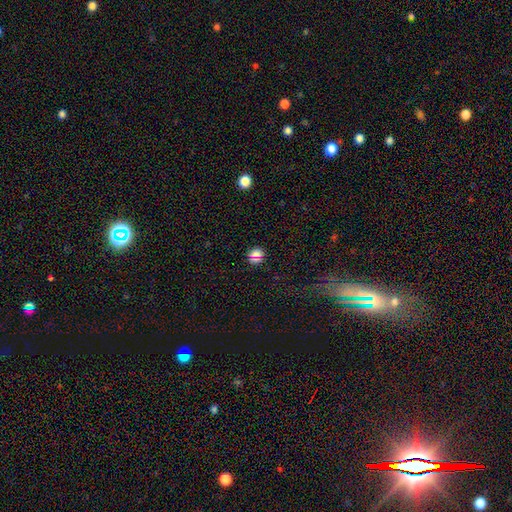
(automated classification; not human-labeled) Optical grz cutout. It shows a smooth galaxy with no disk features (61%) that is round (82%). Merging: none (87%).